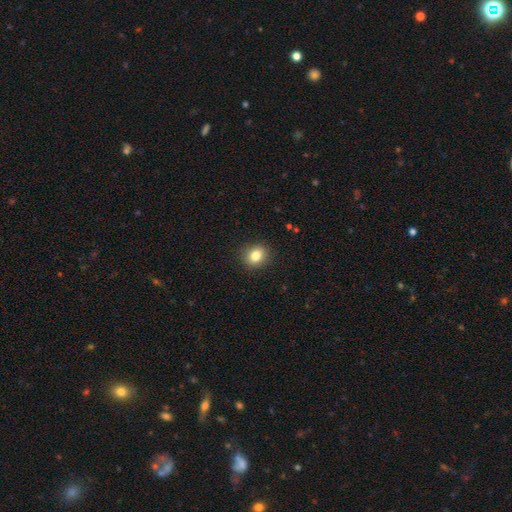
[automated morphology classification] Smooth or featured? Predicted: smooth (p=0.83). How rounded? Predicted: round (p=0.71). Merging? Predicted: none (p=0.90).